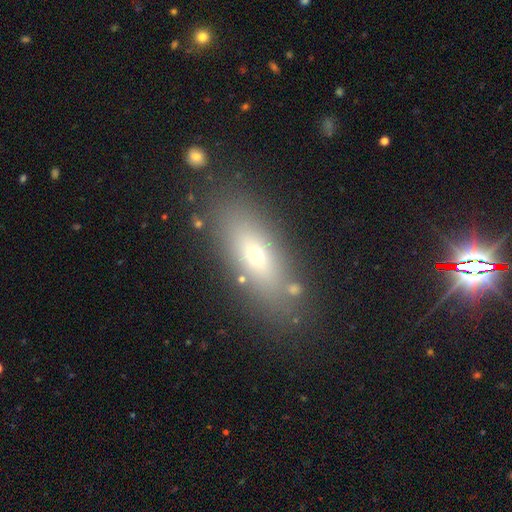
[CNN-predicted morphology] Overall: smooth (62%; featured or disk 25%). How rounded: in between (62%; cigar-shaped 32%). Merging: none (80%).